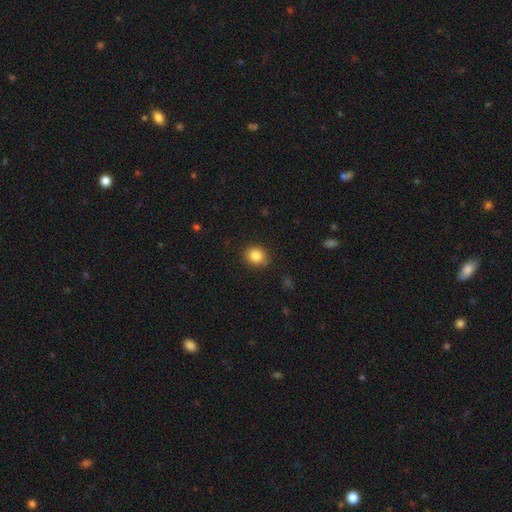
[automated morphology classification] This appears to be a smooth galaxy with no disk features (85%) that is round (71%). Merging: none (86%).